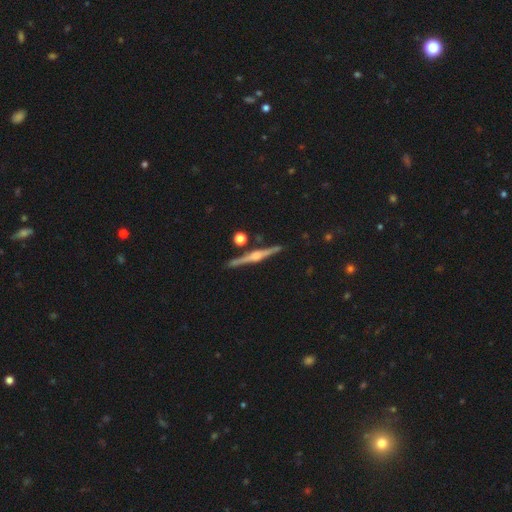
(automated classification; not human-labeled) Overall: featured or disk (81%). Edge-on disk: yes (98%). Edge-on bulge: rounded (82%). Merging: none (88%).